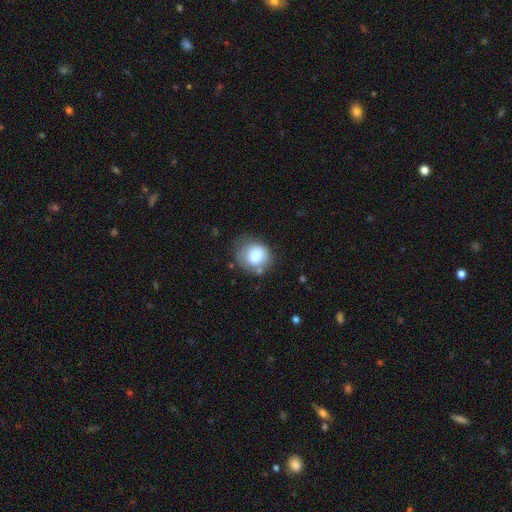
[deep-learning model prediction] This is likely a smooth galaxy (77%). How rounded: likely round (66%). Merging: possibly none (51%).